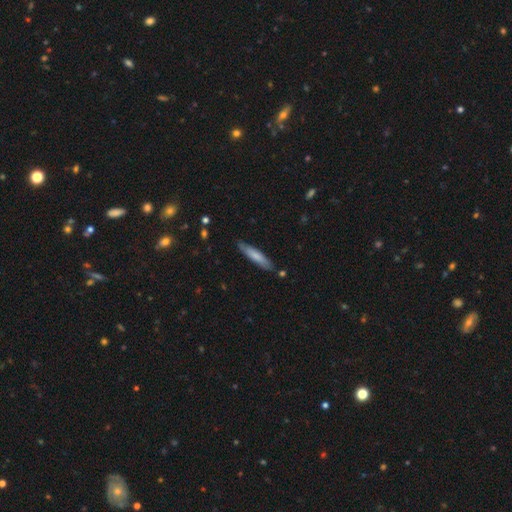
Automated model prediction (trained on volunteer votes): Q: Smooth or featured?
A: smooth (72%); runner-up: featured or disk (23%)
Q: How rounded?
A: cigar-shaped (85%); runner-up: in between (14%)
Q: Merging?
A: none (83%); runner-up: minor disturbance (13%)